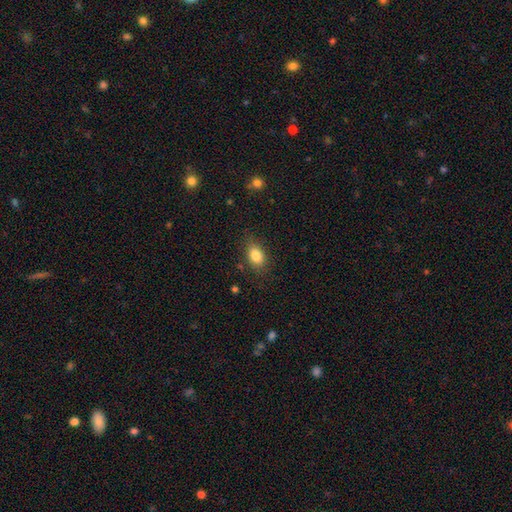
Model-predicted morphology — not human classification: Smooth or featured? smooth (84%)
How rounded? in between (81%)
Merging? none (80%)